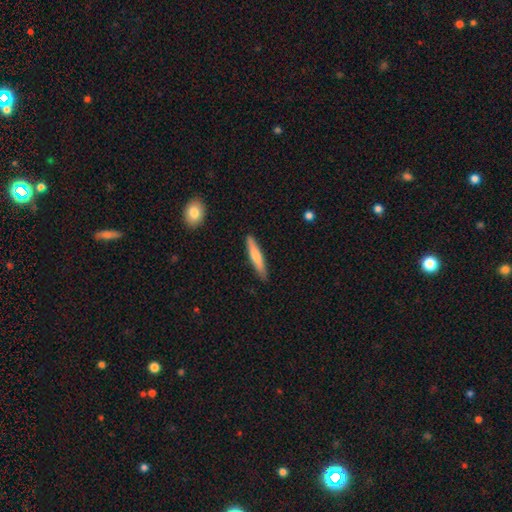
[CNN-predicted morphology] Smooth or featured: smooth — 64% (featured or disk — 31%)
How rounded: cigar-shaped — 91% (in between — 8%)
Merging: none — 88% (minor disturbance — 9%)